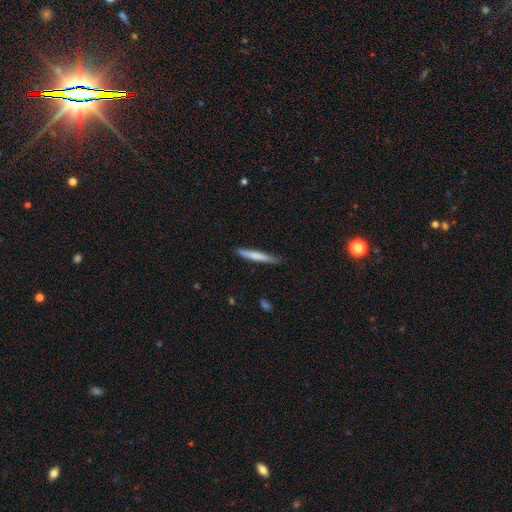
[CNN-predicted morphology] Overall: smooth (70%). How rounded: cigar-shaped (95%). Merging: none (82%).